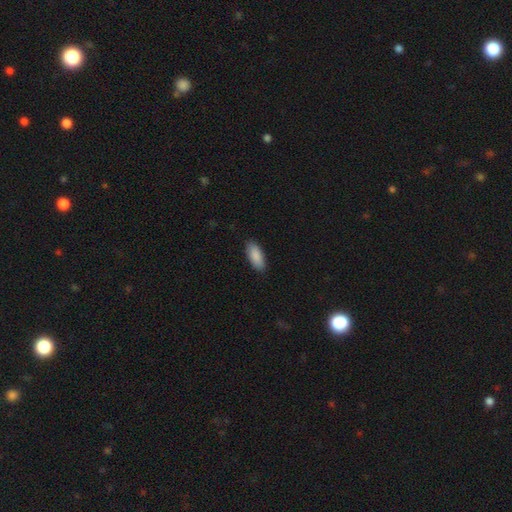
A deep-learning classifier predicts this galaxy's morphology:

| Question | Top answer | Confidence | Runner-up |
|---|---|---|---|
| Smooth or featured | smooth | 89% | star or artifact (6%) |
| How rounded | in between | 84% | cigar-shaped (15%) |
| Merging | none | 88% | minor disturbance (9%) |